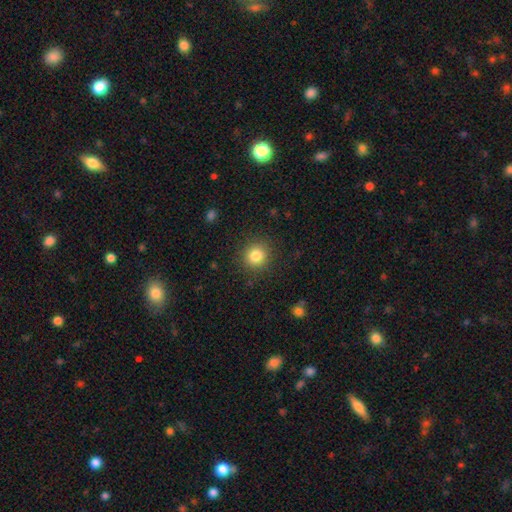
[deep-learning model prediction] A smooth galaxy with no disk features (82%) that is round (92%).

Vote fractions:
- Smooth or featured? smooth: 82% / star or artifact: 11% / featured or disk: 6%
- How rounded? round: 92% / in between: 7% / cigar-shaped: 1%
- Merging? none: 89% / minor disturbance: 7% / major disturbance: 3% / merger: 1%